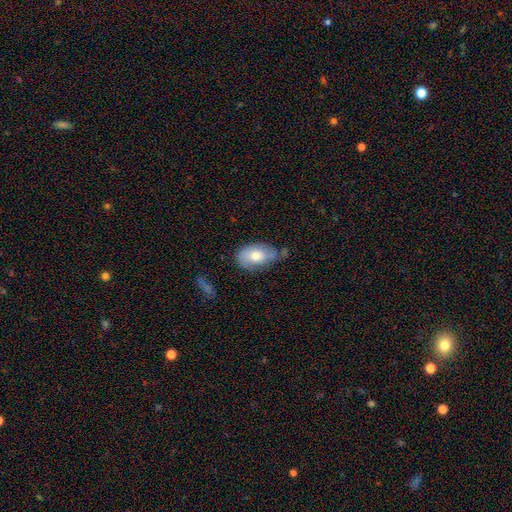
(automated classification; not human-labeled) smooth-or-featured: smooth: 66% | featured or disk: 27% | star or artifact: 7%
  how-rounded: in between: 89% | round: 9% | cigar-shaped: 2%
  merging: none: 48% | minor disturbance: 36% | major disturbance: 10% | merger: 6%